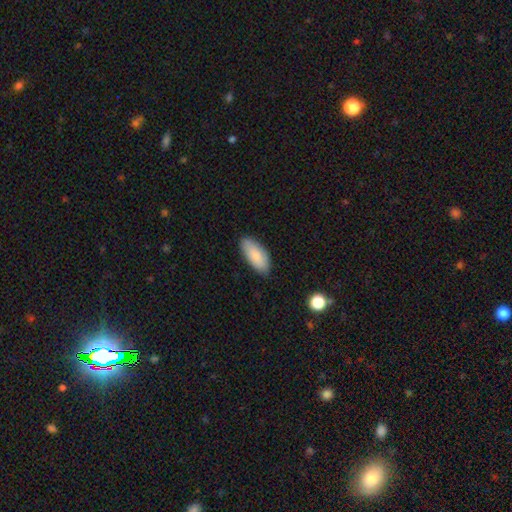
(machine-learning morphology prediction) smooth 84%, featured or disk 11%, star or artifact 6%. Down the decision tree: how rounded — in between (88%); merging — none (83%).